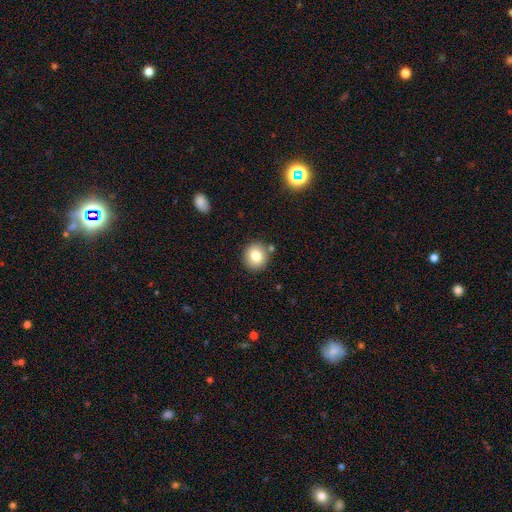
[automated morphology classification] Smooth or featured: smooth — 80% (featured or disk — 10%)
How rounded: round — 84% (in between — 15%)
Merging: none — 83% (minor disturbance — 9%)